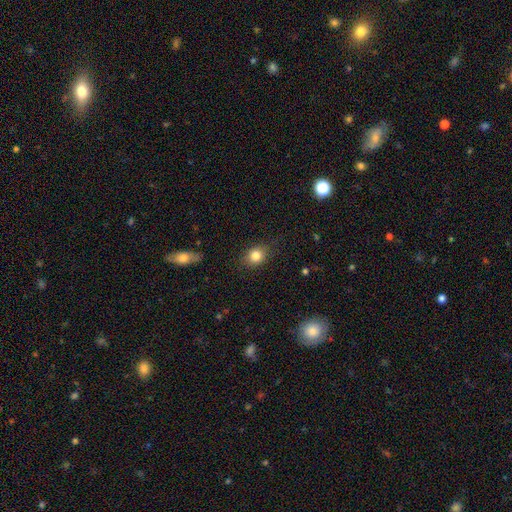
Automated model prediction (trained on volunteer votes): smooth-or-featured: smooth: 83% | star or artifact: 10% | featured or disk: 7%
  how-rounded: round: 56% | in between: 43% | cigar-shaped: 1%
  merging: none: 82% | minor disturbance: 13% | major disturbance: 3% | merger: 1%